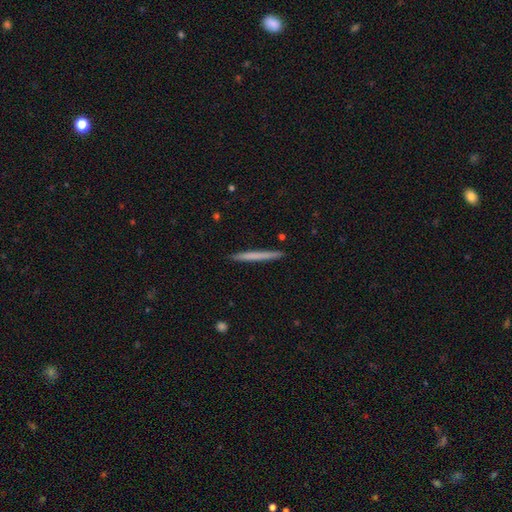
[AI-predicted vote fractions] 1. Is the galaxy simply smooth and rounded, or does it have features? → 63% smooth, 32% featured or disk, 5% star or artifact.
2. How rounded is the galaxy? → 97% cigar-shaped, 2% in between, 1% round.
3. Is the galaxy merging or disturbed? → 92% none, 6% minor disturbance, 1% major disturbance, 1% merger.